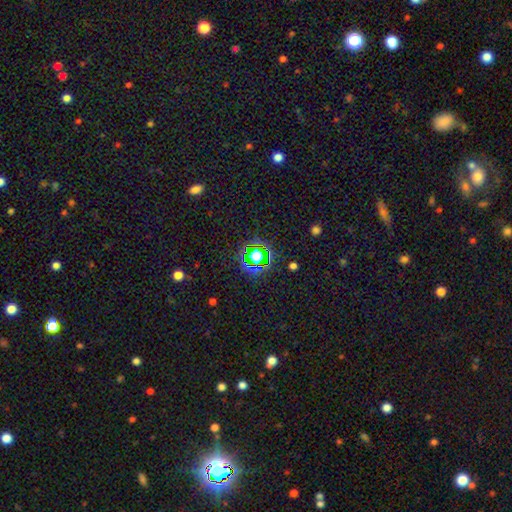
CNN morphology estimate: The model was most divided on "smooth or featured": star or artifact: 68%, smooth: 21%, featured or disk: 11%.